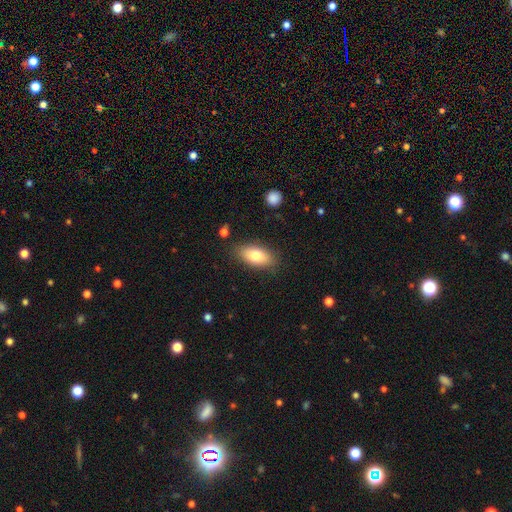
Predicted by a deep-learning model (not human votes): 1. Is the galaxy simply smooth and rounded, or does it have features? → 78% smooth, 15% featured or disk, 7% star or artifact.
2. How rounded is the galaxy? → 88% in between, 8% cigar-shaped, 4% round.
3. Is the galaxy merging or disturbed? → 83% none, 12% minor disturbance, 3% major disturbance, 2% merger.